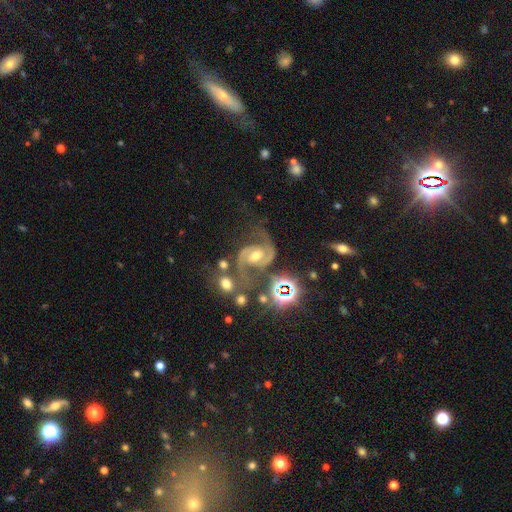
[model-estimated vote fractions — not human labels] A featured or disk galaxy (86%) with a weak bar (43%), 2 (92%) medium (61%) spiral arms (97%) and a moderate central bulge (71%). Merging: none (57%).